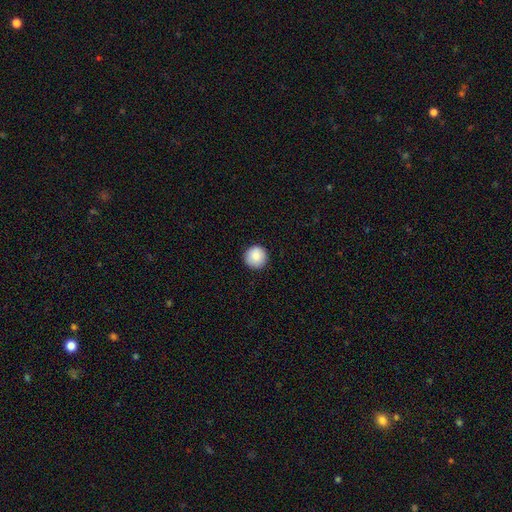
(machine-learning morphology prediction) Smooth or featured? Predicted: smooth (p=0.88). How rounded? Predicted: round (p=0.96). Merging? Predicted: none (p=0.91).